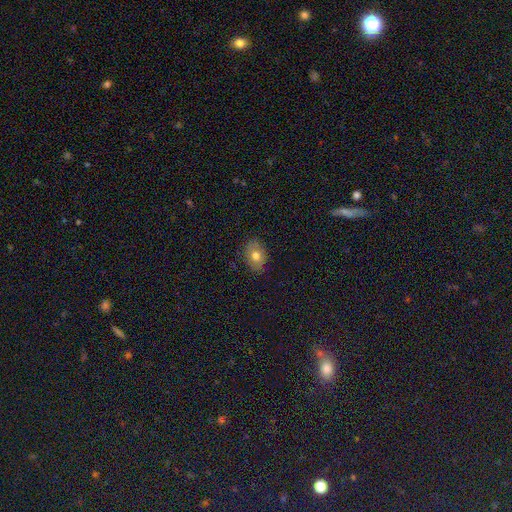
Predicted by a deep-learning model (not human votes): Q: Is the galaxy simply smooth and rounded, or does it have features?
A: smooth — 75%.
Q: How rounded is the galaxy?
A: in between — 73%.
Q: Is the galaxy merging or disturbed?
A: none — 85%.